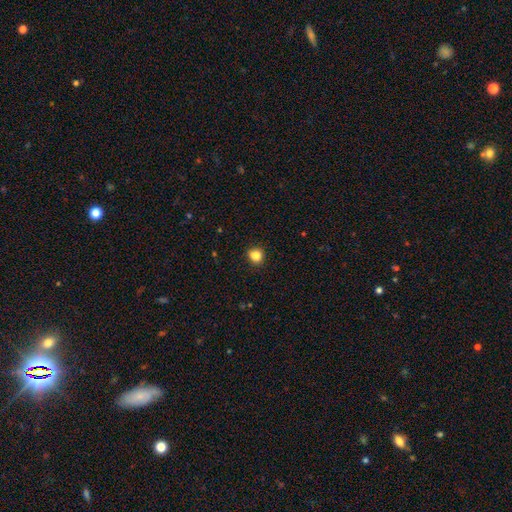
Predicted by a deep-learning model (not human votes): Morphology: type=smooth (85%); roundness=round (75%); merging=none (88%).